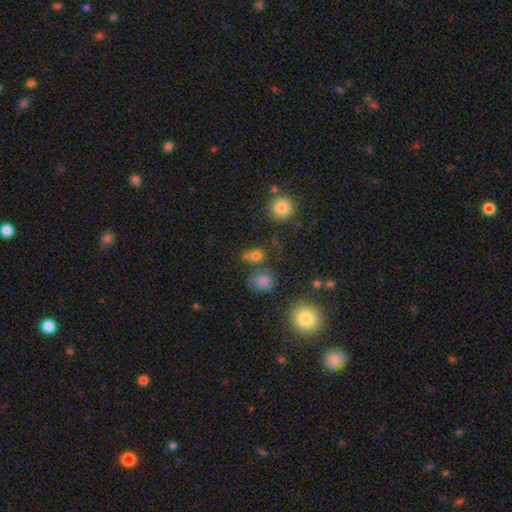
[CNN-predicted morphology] Smooth or featured? smooth (47%)
Merging? none (71%)